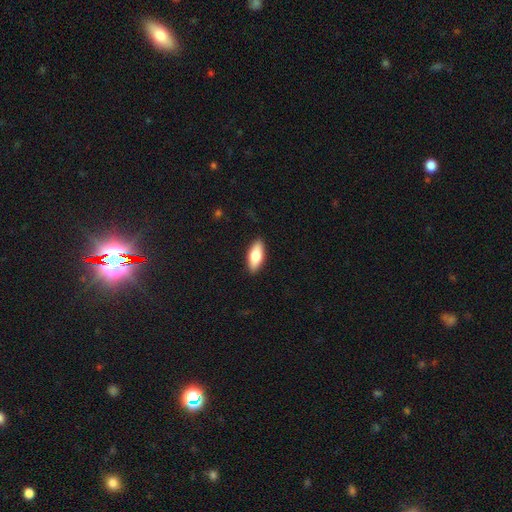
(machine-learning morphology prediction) smooth_or_featured: smooth (p=0.77) [alt: featured or disk p=0.17]
how_rounded: in between (p=0.80) [alt: cigar-shaped p=0.18]
merging: none (p=0.90) [alt: minor disturbance p=0.08]